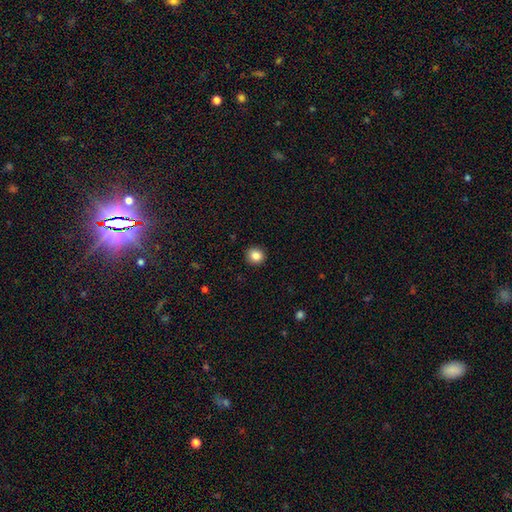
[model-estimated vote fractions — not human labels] Overall: smooth (85%). How rounded: round (89%). Merging: none (92%).